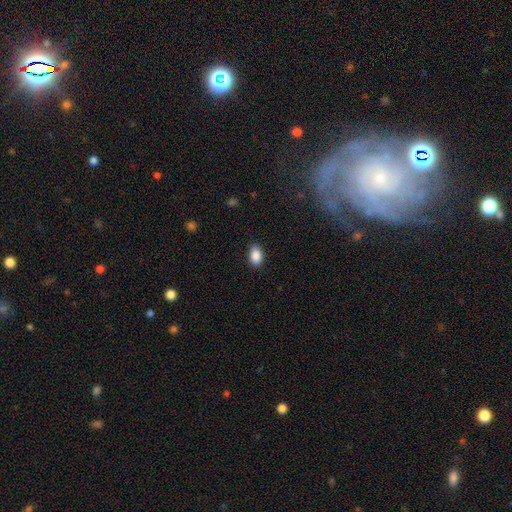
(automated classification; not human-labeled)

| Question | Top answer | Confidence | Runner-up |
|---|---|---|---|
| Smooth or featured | smooth | 89% | star or artifact (8%) |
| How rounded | in between | 90% | round (9%) |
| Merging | none | 88% | minor disturbance (9%) |